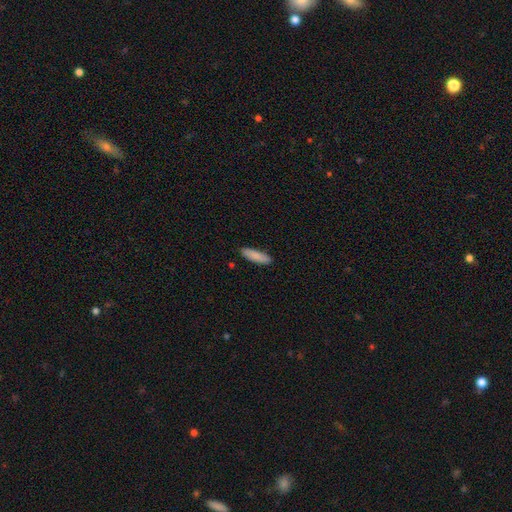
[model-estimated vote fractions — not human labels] This appears to be a smooth galaxy with no disk features (88%) that is cigar-shaped (62%). Merging: none (88%).